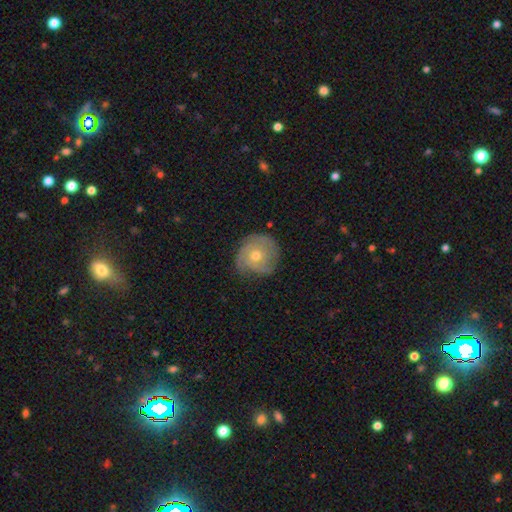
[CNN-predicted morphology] Smooth or featured? featured or disk (64%)
Edge-on disk? no (97%)
Bar? no (84%)
Spiral arms? yes (84%)
Spiral winding? tight (66%)
Spiral arm count? can't tell (35%)
Bulge size? moderate (63%)
Merging? none (71%)